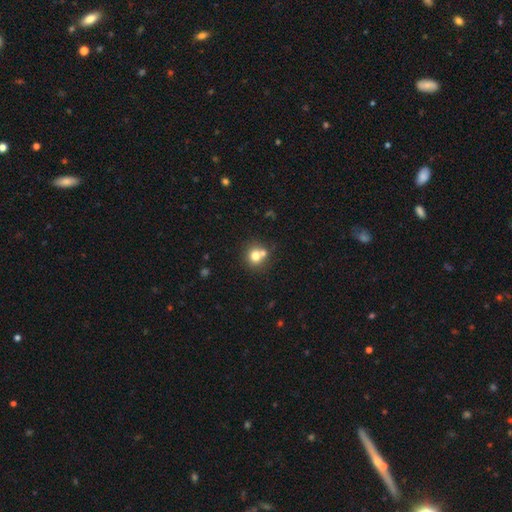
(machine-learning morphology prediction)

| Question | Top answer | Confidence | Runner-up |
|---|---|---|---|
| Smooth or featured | smooth | 75% | featured or disk (13%) |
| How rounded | round | 86% | in between (13%) |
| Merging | none | 55% | merger (33%) |